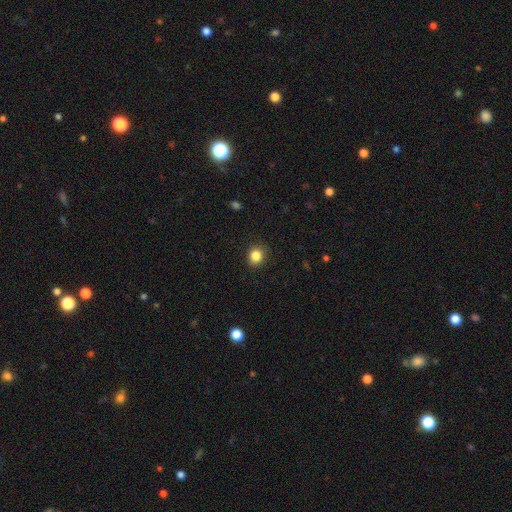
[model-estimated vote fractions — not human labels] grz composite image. It shows a smooth galaxy with no disk features (84%) that is round (83%). Merging: none (91%).